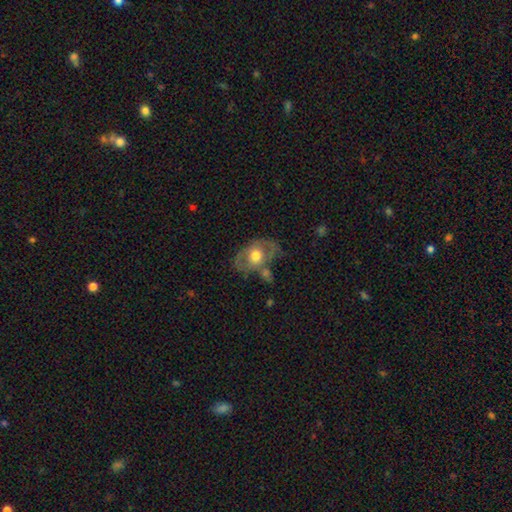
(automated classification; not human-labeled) Morphology: type=featured or disk (51%); edge-on=no (92%); merging=none (49%).